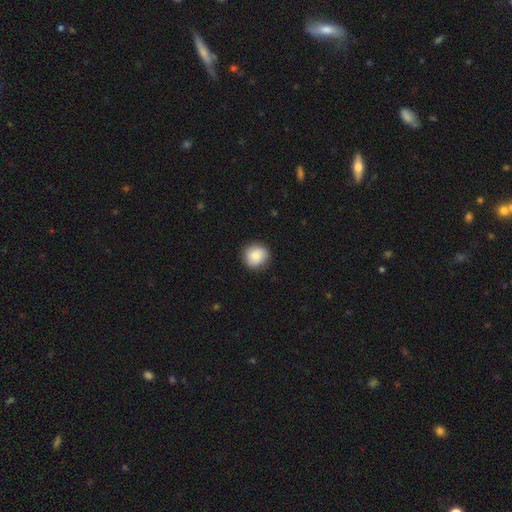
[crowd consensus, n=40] smooth_or_featured: smooth (p=0.78) [alt: featured or disk p=0.12]
how_rounded: round (p=0.84) [alt: in between p=0.16]
merging: none (p=0.89) [alt: minor disturbance p=0.11]